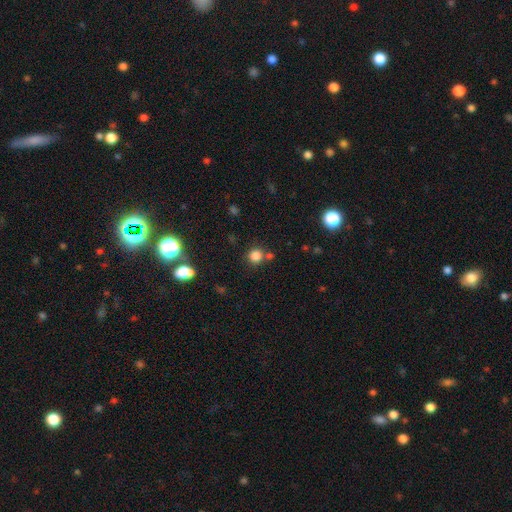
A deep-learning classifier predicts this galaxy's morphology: type=smooth (81%); roundness=round (91%); merging=none (74%).